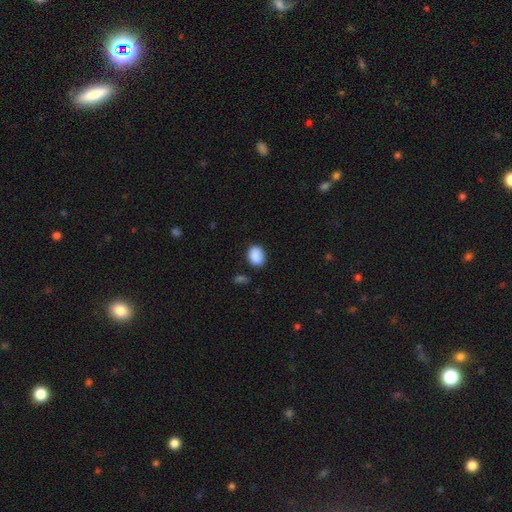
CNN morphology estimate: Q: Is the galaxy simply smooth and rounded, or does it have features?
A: smooth — 90%.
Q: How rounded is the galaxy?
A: in between — 67%.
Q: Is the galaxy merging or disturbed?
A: none — 83%.